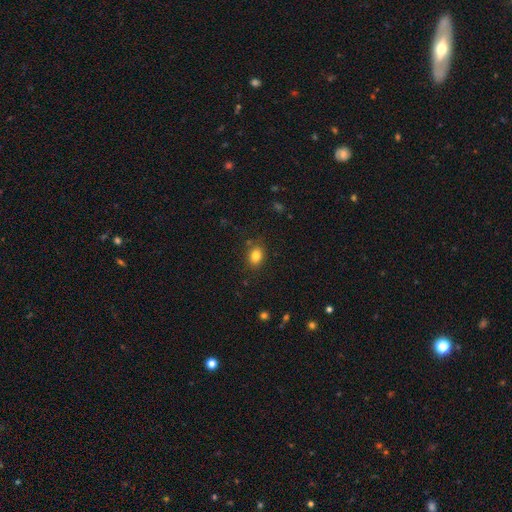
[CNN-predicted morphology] smooth-or-featured: smooth: 82% | star or artifact: 11% | featured or disk: 7%
  how-rounded: in between: 60% | round: 39% | cigar-shaped: 1%
  merging: none: 82% | minor disturbance: 12% | major disturbance: 3% | merger: 3%